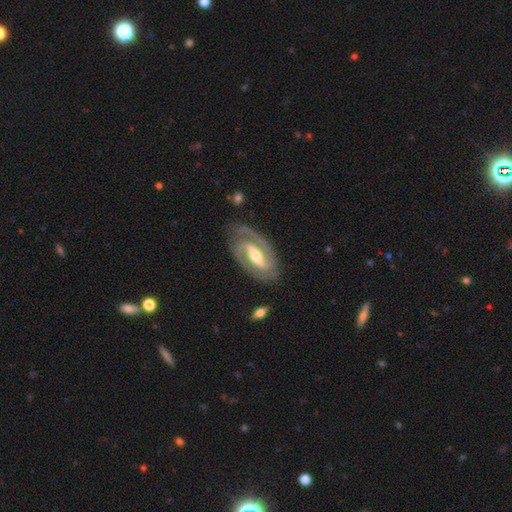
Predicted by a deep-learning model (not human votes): A featured or disk galaxy (89%) with a strong bar (58%), 2 (89%) medium (46%) spiral arms (96%) and a moderate central bulge (63%). Merging: none (80%).